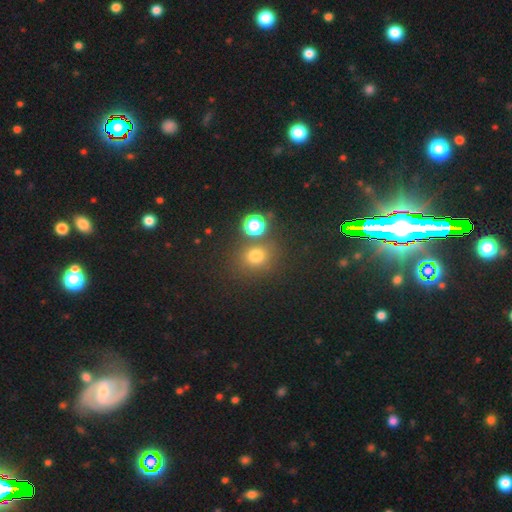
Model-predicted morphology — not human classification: Smooth or featured? Predicted: smooth (p=0.73). How rounded? Predicted: round (p=0.76). Merging? Predicted: none (p=0.71).